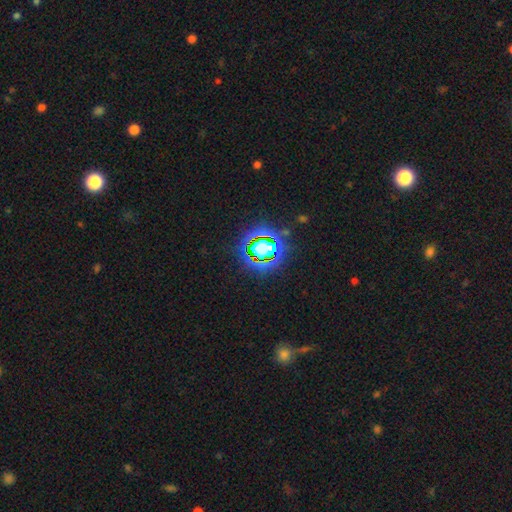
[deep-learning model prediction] smooth_or_featured: star or artifact (p=0.80) [alt: smooth p=0.12]